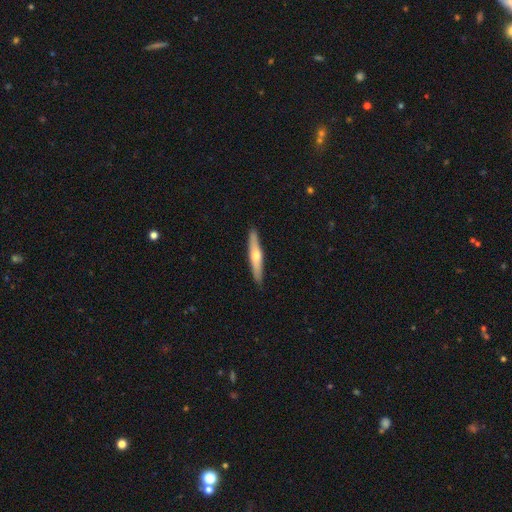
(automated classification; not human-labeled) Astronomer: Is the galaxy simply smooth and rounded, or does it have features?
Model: featured or disk — 50% (runner-up: smooth, 44%).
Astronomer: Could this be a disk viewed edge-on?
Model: yes — 94%.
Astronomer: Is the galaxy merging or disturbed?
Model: none — 90%.